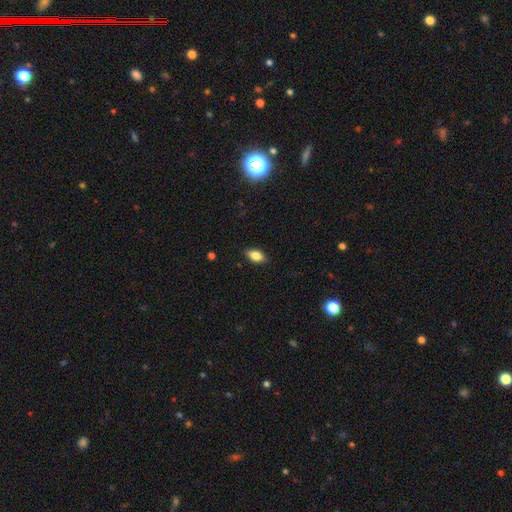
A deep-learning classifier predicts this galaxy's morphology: The model was most divided on "smooth or featured": smooth: 82%, featured or disk: 10%, star or artifact: 8%. More confident: how rounded — in between (89%); merging — none (86%).